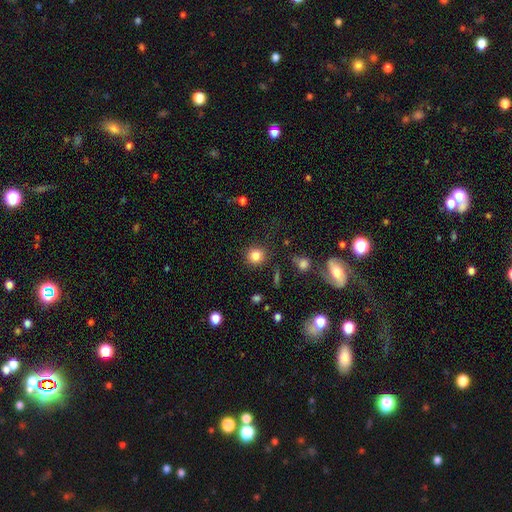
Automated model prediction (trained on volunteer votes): The model was most divided on "smooth or featured": smooth: 82%, star or artifact: 12%, featured or disk: 6%. More confident: how rounded — round (89%); merging — none (86%).